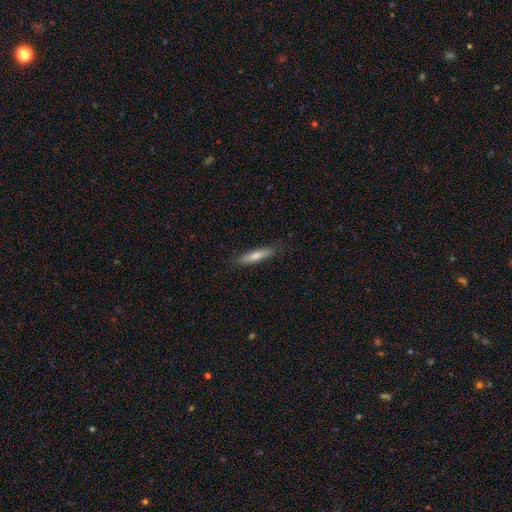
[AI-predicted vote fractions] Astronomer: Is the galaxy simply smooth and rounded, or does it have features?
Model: smooth — 66%.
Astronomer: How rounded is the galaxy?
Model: cigar-shaped — 87%.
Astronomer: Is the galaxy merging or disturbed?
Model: none — 86%.